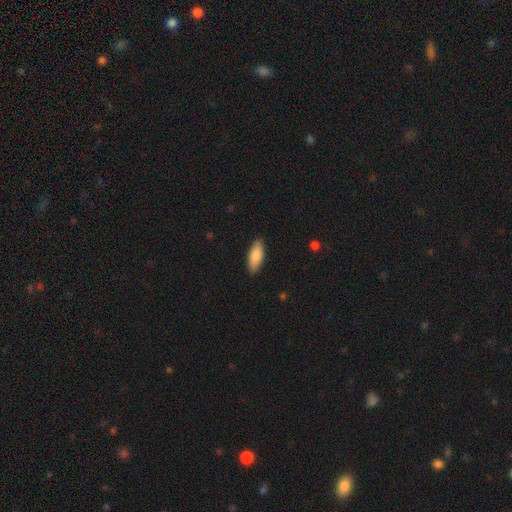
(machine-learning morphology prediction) type=smooth (85%); roundness=in between (72%); merging=none (89%).